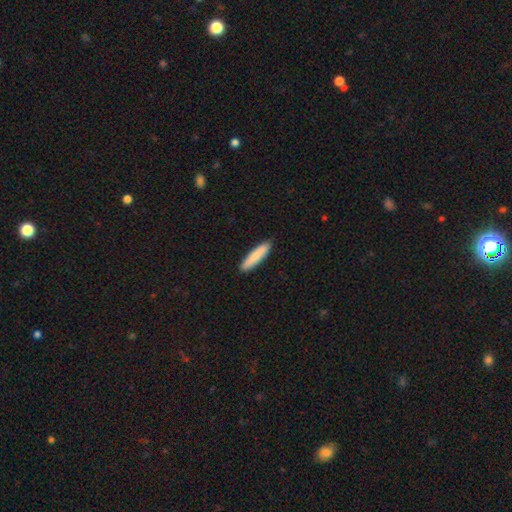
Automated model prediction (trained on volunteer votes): smooth 83%, featured or disk 12%, star or artifact 5%. Down the decision tree: how rounded — cigar-shaped (83%); merging — none (90%).